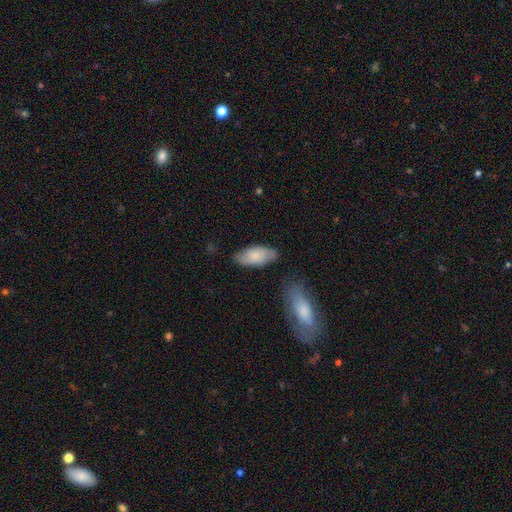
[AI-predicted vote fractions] Morphology: type=smooth (71%); roundness=in between (89%); merging=none (74%).